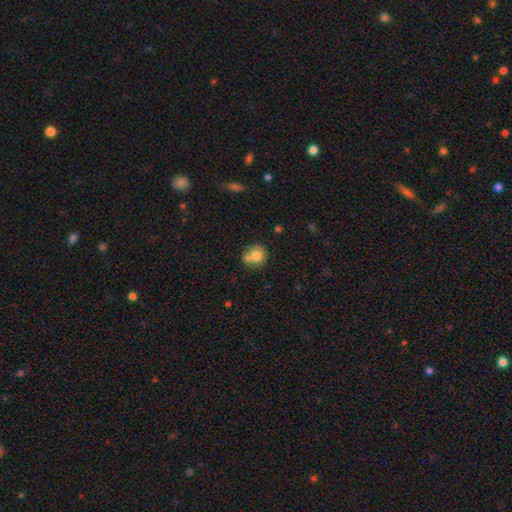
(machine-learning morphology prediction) This appears to be a smooth galaxy with no disk features (78%) that is round (81%). Merging: none (51%).